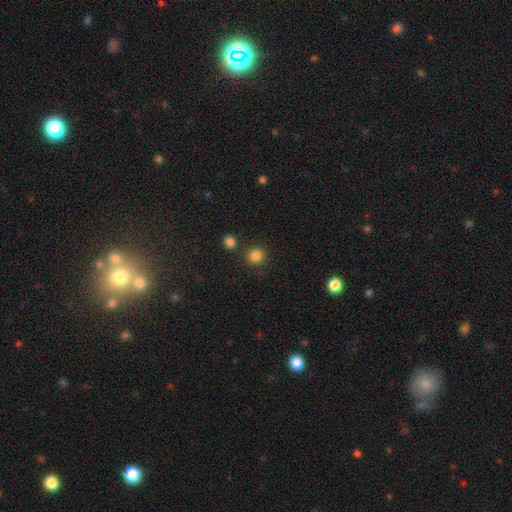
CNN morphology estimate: A smooth galaxy with no disk features (83%) that is round (92%).

Vote fractions:
- Smooth or featured? smooth: 83% / star or artifact: 12% / featured or disk: 4%
- How rounded? round: 92% / in between: 7% / cigar-shaped: 1%
- Merging? none: 85% / minor disturbance: 6% / merger: 6% / major disturbance: 2%